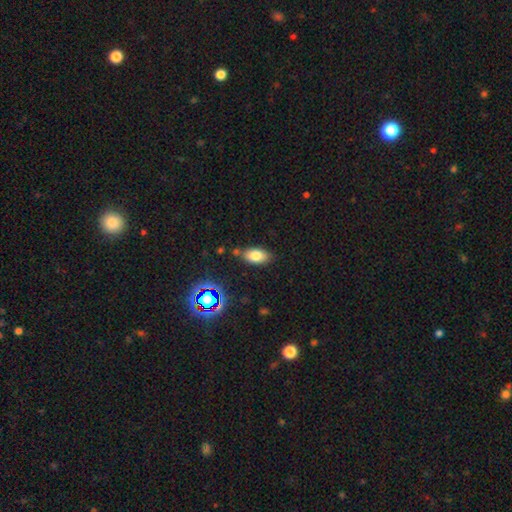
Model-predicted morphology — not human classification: type=smooth (77%); roundness=in between (91%); merging=none (79%).